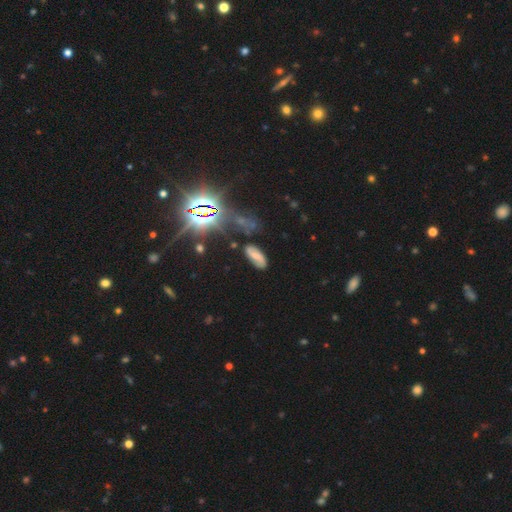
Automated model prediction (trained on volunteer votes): Q: Smooth or featured?
A: smooth (44%); runner-up: featured or disk (39%)
Q: Merging?
A: none (74%); runner-up: minor disturbance (16%)